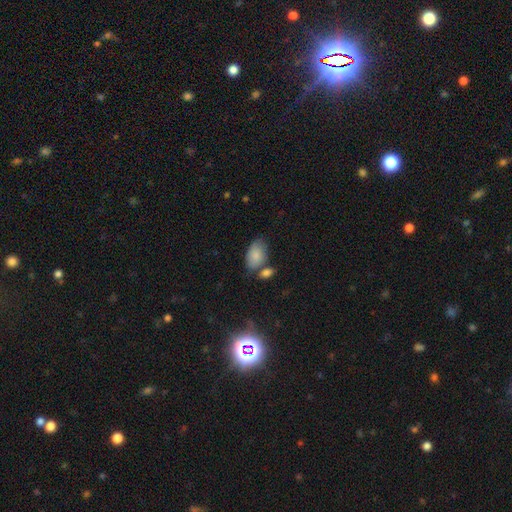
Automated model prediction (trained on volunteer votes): Smooth or featured?
  - smooth: 83% *
  - featured or disk: 10%
  - star or artifact: 7%
How rounded?
  - in between: 92% *
  - round: 7%
  - cigar-shaped: 2%
Merging?
  - none: 55% *
  - minor disturbance: 21%
  - merger: 18%
  - major disturbance: 6%